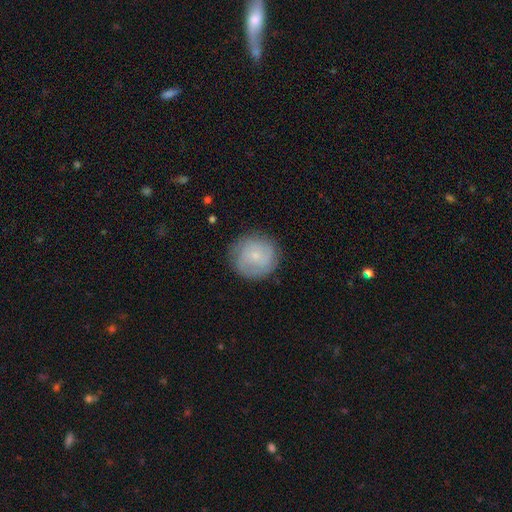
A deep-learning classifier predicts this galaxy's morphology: A smooth galaxy with no disk features (57%) that is round (94%).

Vote fractions:
- Smooth or featured? smooth: 57% / featured or disk: 36% / star or artifact: 7%
- How rounded? round: 94% / in between: 5% / cigar-shaped: 1%
- Merging? none: 83% / minor disturbance: 12% / major disturbance: 4% / merger: 1%